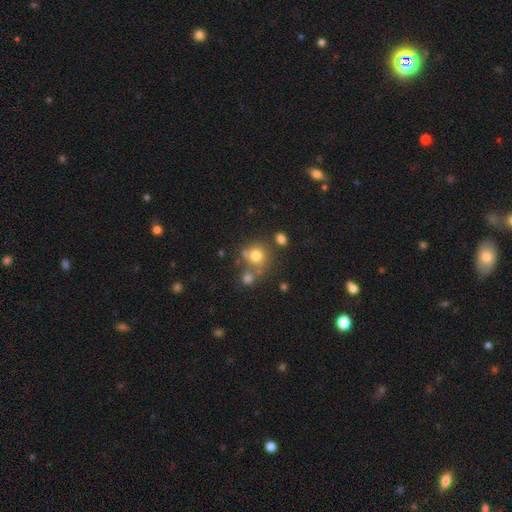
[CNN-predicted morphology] smooth 73%, star or artifact 14%, featured or disk 13%. Down the decision tree: how rounded — round (82%); merging — none (54%).